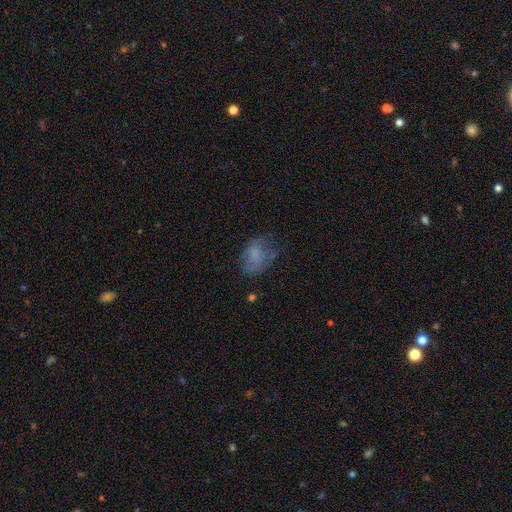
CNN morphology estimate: A smooth galaxy with no disk features (64%) that is in between round and cigar-shaped (77%). Merging: none (51%).